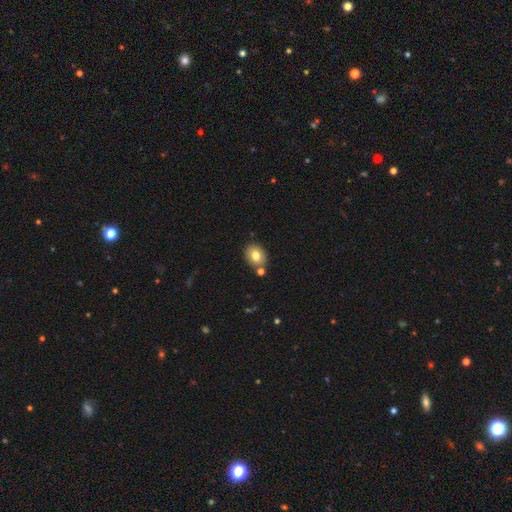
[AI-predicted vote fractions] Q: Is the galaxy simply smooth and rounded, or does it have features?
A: smooth — 78%.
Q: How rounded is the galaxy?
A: in between — 50%.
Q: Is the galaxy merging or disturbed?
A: none — 76%.